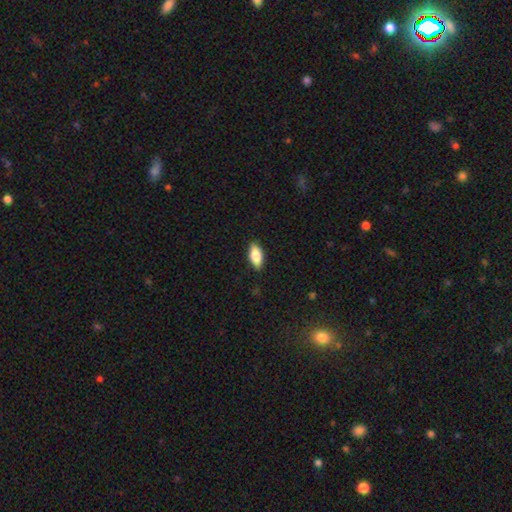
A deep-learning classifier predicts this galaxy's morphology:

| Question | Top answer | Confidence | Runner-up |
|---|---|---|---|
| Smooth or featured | smooth | 80% | featured or disk (14%) |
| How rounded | in between | 85% | cigar-shaped (12%) |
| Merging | none | 88% | minor disturbance (9%) |